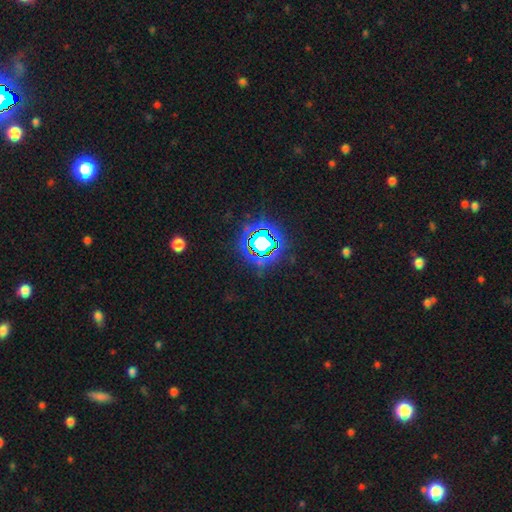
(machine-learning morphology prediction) smooth-or-featured: star or artifact: 83% | smooth: 10% | featured or disk: 7%